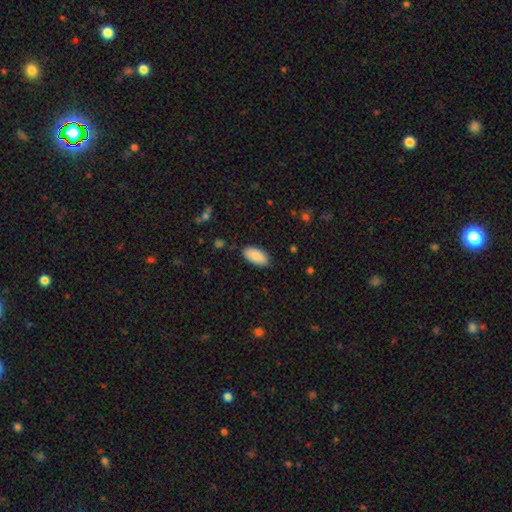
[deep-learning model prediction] A smooth galaxy with no disk features (88%) that is in between round and cigar-shaped (94%).

Vote fractions:
- Smooth or featured? smooth: 88% / star or artifact: 6% / featured or disk: 5%
- How rounded? in between: 94% / cigar-shaped: 4% / round: 2%
- Merging? none: 85% / minor disturbance: 11% / major disturbance: 2% / merger: 1%